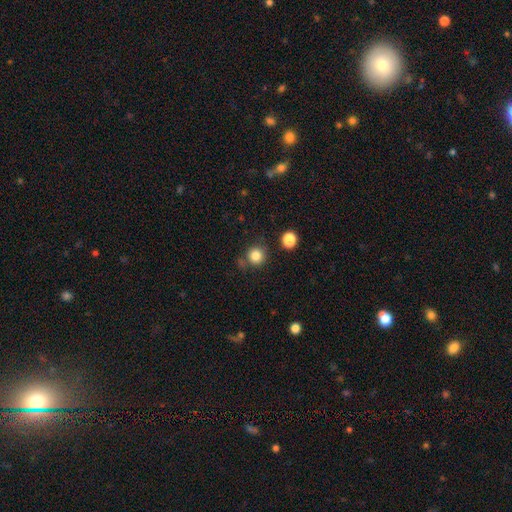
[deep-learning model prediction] A smooth galaxy with no disk features (84%) that is round (92%).

Vote fractions:
- Smooth or featured? smooth: 84% / star or artifact: 11% / featured or disk: 5%
- How rounded? round: 92% / in between: 7% / cigar-shaped: 1%
- Merging? none: 77% / minor disturbance: 11% / merger: 7% / major disturbance: 4%